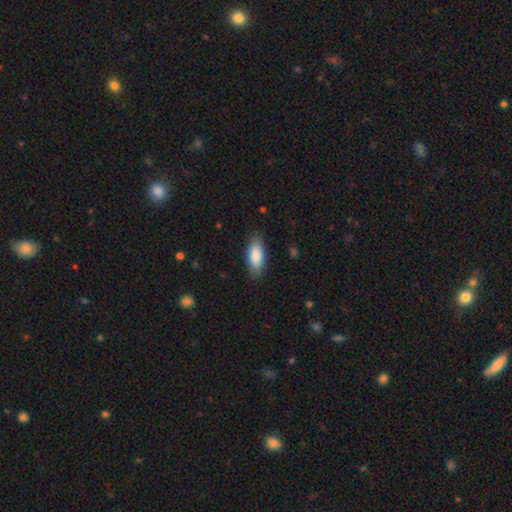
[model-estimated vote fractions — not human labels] The model was most divided on "how rounded": in between: 81%, cigar-shaped: 17%, round: 2%. More confident: smooth or featured — smooth (86%); merging — none (84%).